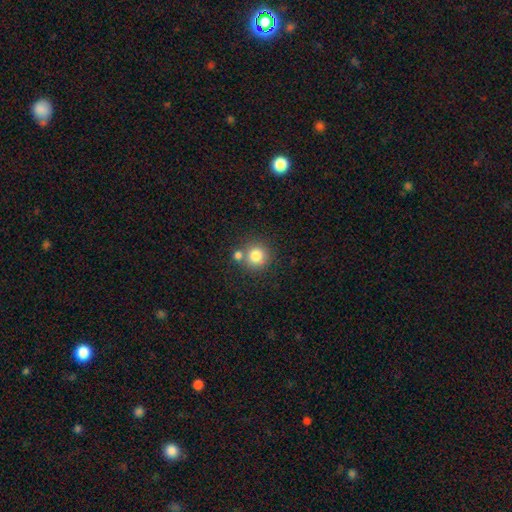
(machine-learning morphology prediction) Smooth or featured?
  - smooth: 81% *
  - star or artifact: 11%
  - featured or disk: 8%
How rounded?
  - round: 92% *
  - in between: 7%
  - cigar-shaped: 1%
Merging?
  - none: 66% *
  - merger: 22%
  - minor disturbance: 9%
  - major disturbance: 3%